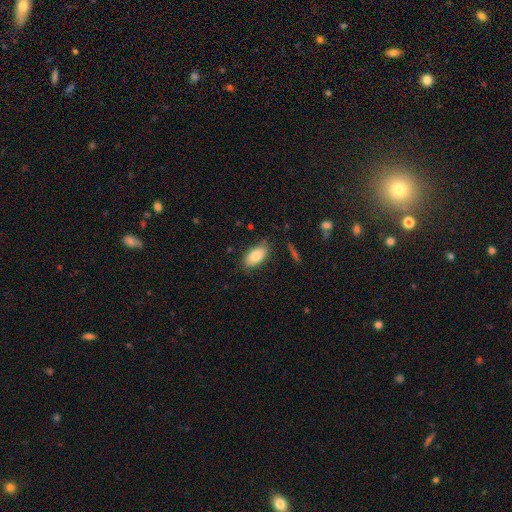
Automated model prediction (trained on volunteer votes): This appears to be a smooth galaxy with no disk features (83%) that is in between round and cigar-shaped (93%). Merging: none (81%).